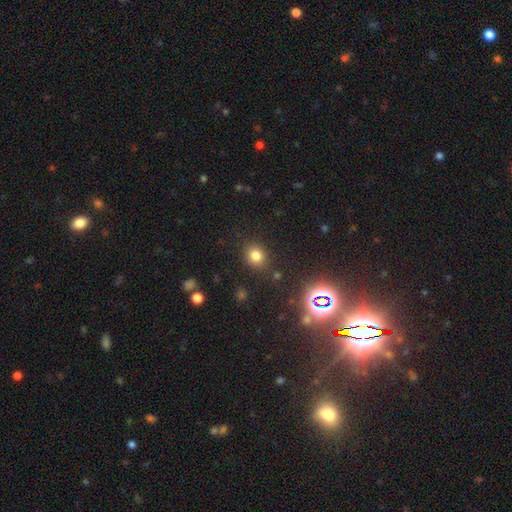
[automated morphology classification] A smooth galaxy with no disk features (78%) that is round (75%).

Vote fractions:
- Smooth or featured? smooth: 78% / star or artifact: 16% / featured or disk: 6%
- How rounded? round: 75% / in between: 24% / cigar-shaped: 1%
- Merging? none: 82% / minor disturbance: 10% / major disturbance: 4% / merger: 4%